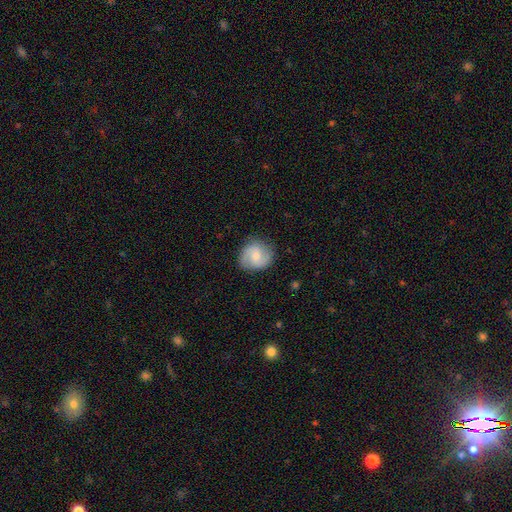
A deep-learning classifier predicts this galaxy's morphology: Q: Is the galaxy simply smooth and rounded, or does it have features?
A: featured or disk — 58%.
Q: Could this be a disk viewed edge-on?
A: no — 98%.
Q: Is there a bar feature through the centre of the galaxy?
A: weak — 47%.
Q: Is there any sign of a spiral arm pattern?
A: yes — 91%.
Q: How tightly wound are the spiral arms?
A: medium — 48%.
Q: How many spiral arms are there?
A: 2 — 86%.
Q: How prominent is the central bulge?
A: moderate — 50%.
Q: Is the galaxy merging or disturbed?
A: none — 82%.